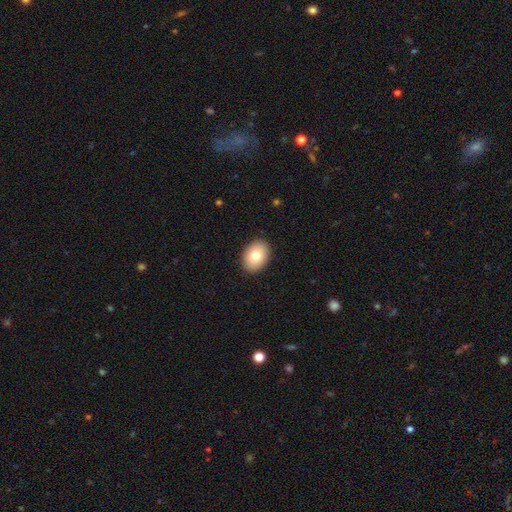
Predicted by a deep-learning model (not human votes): Smooth or featured? smooth (79%)
How rounded? in between (76%)
Merging? none (91%)